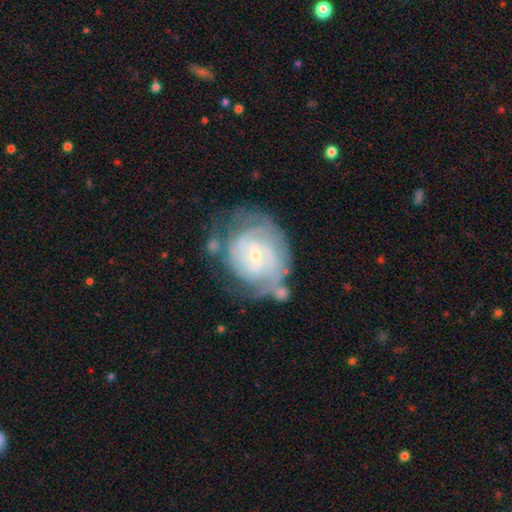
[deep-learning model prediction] Smooth or featured? featured or disk (85%)
Edge-on disk? no (98%)
Bar? no (54%)
Spiral arms? yes (96%)
Spiral winding? tight (74%)
Spiral arm count? can't tell (32%)
Bulge size? small (79%)
Merging? none (55%)